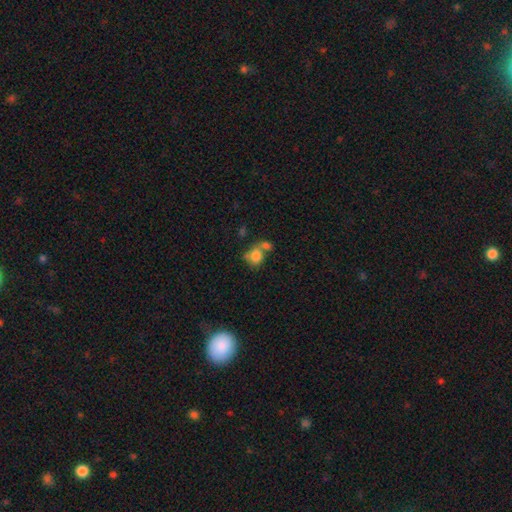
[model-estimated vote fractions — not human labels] Smooth or featured: smooth — 78% (featured or disk — 12%)
How rounded: round — 58% (in between — 41%)
Merging: merger — 45% (none — 34%)